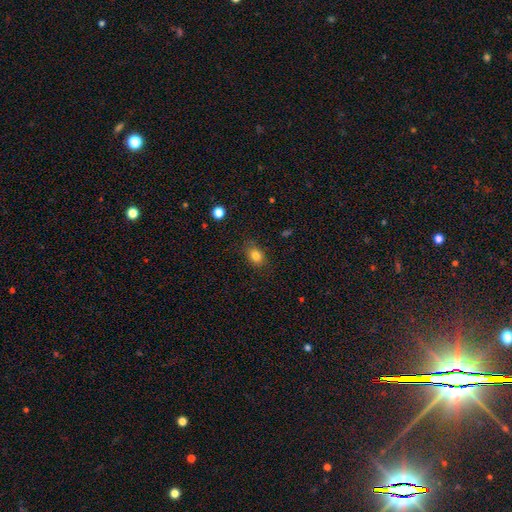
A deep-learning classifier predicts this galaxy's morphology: smooth 82%, star or artifact 11%, featured or disk 7%. Down the decision tree: how rounded — in between (62%); merging — none (81%).